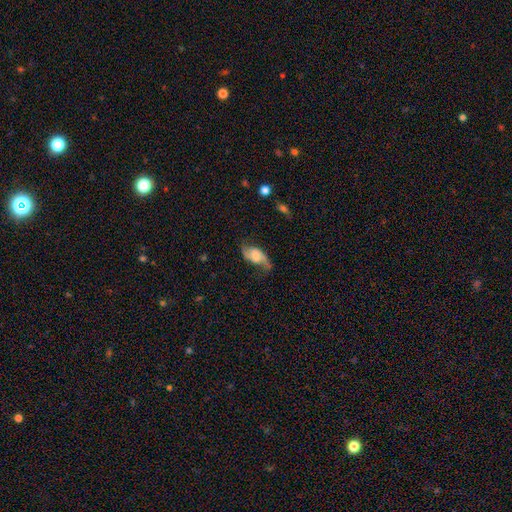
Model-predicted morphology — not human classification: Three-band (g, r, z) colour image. It shows a featured or disk galaxy (74%) with no bar (52%), 2 (89%) loose (63%) spiral arms (94%) and a moderate central bulge (34%). Merging: none (63%).